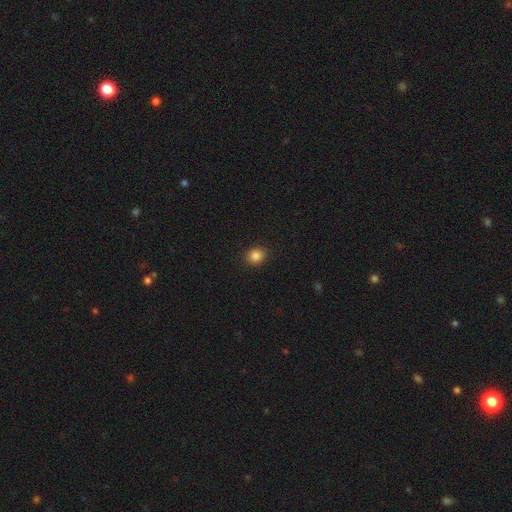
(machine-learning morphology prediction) smooth-or-featured: smooth: 85% | star or artifact: 11% | featured or disk: 4%
  how-rounded: round: 65% | in between: 34% | cigar-shaped: 1%
  merging: none: 90% | minor disturbance: 7% | major disturbance: 2% | merger: 1%